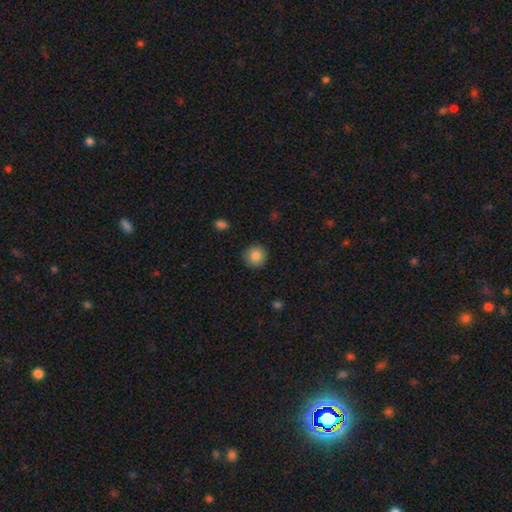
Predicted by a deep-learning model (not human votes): Overall: smooth (85%). How rounded: round (94%). Merging: none (91%).